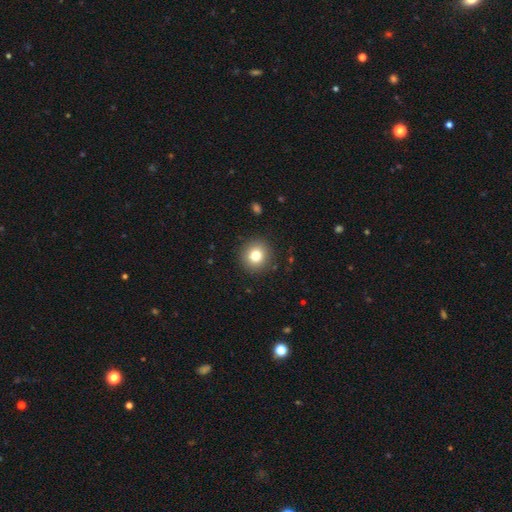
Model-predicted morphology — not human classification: smooth-or-featured: smooth: 78% | star or artifact: 11% | featured or disk: 10%
  how-rounded: round: 90% | in between: 9% | cigar-shaped: 1%
  merging: none: 90% | minor disturbance: 6% | major disturbance: 2% | merger: 1%